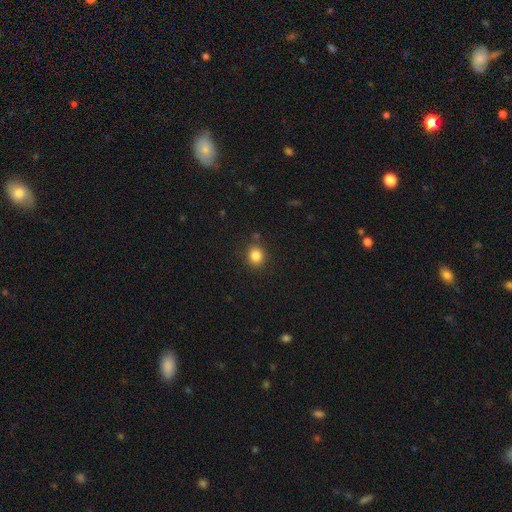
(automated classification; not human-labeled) smooth-or-featured: smooth: 84% | star or artifact: 11% | featured or disk: 5%
  how-rounded: round: 75% | in between: 24% | cigar-shaped: 1%
  merging: none: 85% | minor disturbance: 9% | merger: 3% | major disturbance: 3%